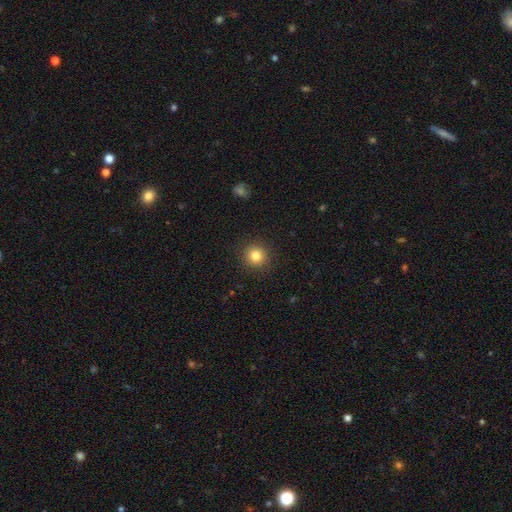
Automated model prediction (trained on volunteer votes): smooth-or-featured: smooth: 83% | star or artifact: 11% | featured or disk: 6%
  how-rounded: round: 93% | in between: 6% | cigar-shaped: 1%
  merging: none: 91% | minor disturbance: 6% | major disturbance: 2% | merger: 1%